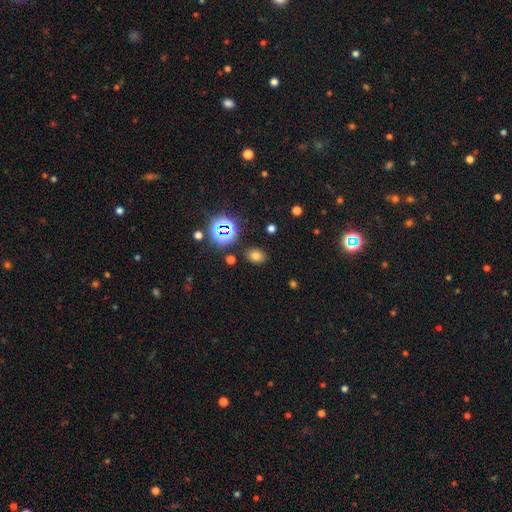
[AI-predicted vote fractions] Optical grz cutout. It shows a smooth galaxy with no disk features (70%) that is in between round and cigar-shaped (66%). Merging: none (85%).